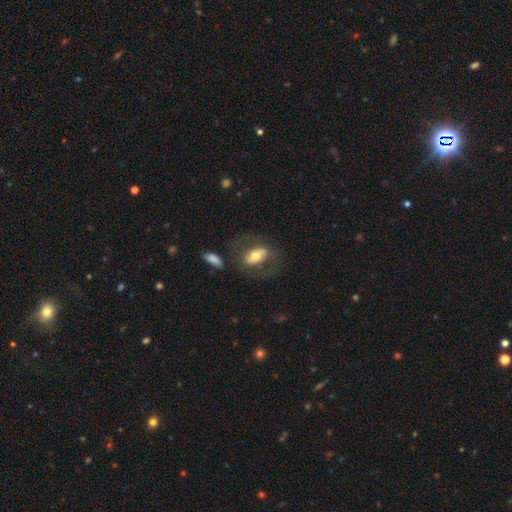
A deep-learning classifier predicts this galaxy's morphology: smooth_or_featured: featured or disk (p=0.50) [alt: smooth p=0.43]
disk_edge_on: no (p=0.84) [alt: yes p=0.16]
merging: none (p=0.62) [alt: major disturbance p=0.17]